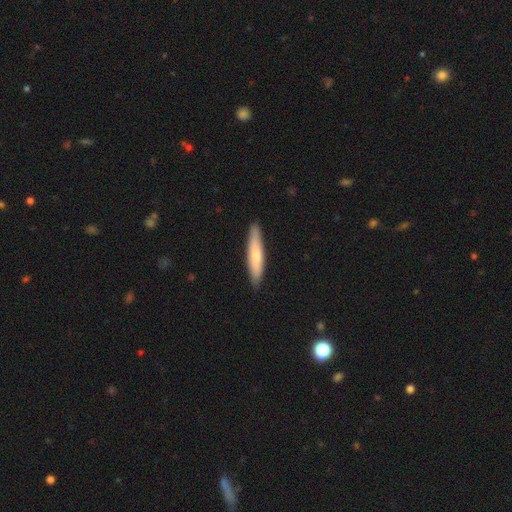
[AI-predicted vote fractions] Q: Smooth or featured?
A: smooth (68%); runner-up: featured or disk (27%)
Q: How rounded?
A: cigar-shaped (88%); runner-up: in between (11%)
Q: Merging?
A: none (89%); runner-up: minor disturbance (9%)